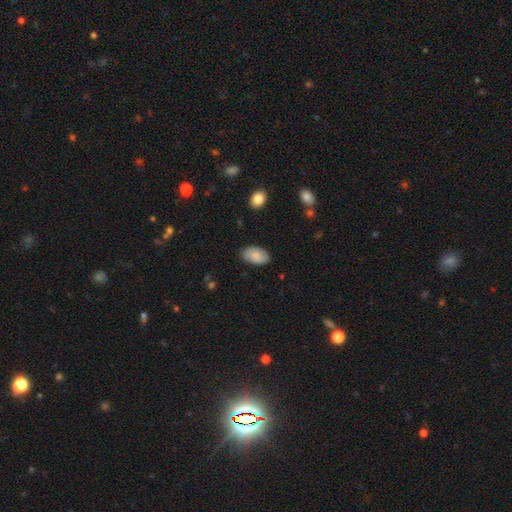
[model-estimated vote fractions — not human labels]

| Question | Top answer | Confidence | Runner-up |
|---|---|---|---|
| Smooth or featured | smooth | 84% | featured or disk (9%) |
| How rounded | in between | 94% | round (4%) |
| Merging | none | 81% | minor disturbance (15%) |